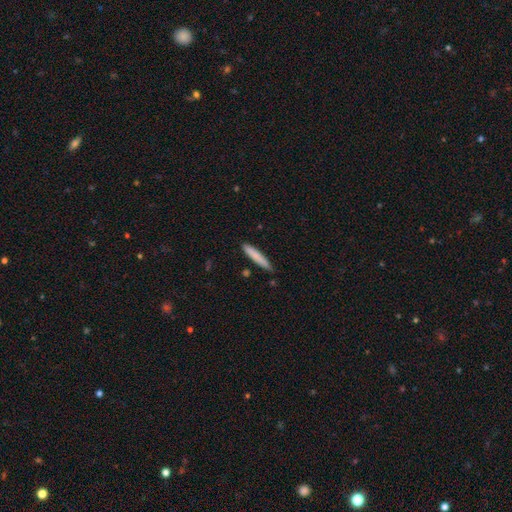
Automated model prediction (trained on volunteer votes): Overall: smooth (81%). How rounded: cigar-shaped (91%). Merging: none (84%).